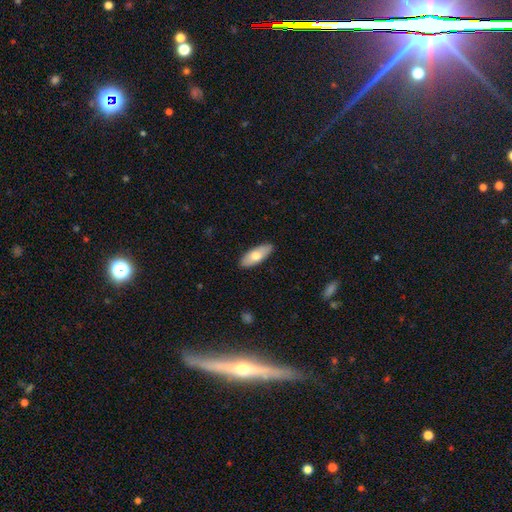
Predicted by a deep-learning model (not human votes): Smooth or featured: smooth — 66% (featured or disk — 28%)
How rounded: in between — 79% (cigar-shaped — 19%)
Merging: none — 88% (minor disturbance — 10%)